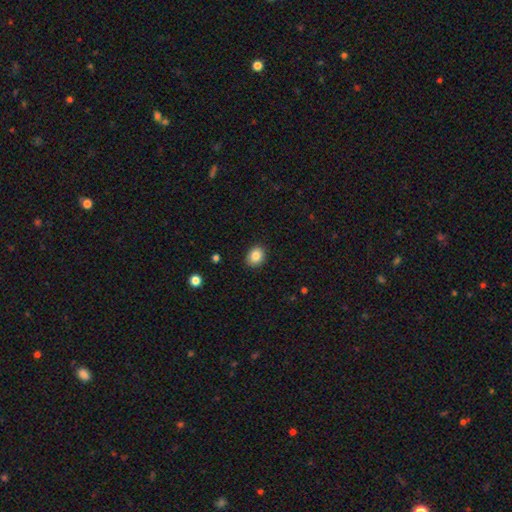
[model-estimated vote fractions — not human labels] Smooth or featured? Predicted: smooth (p=0.85). How rounded? Predicted: round (p=0.54). Merging? Predicted: none (p=0.88).